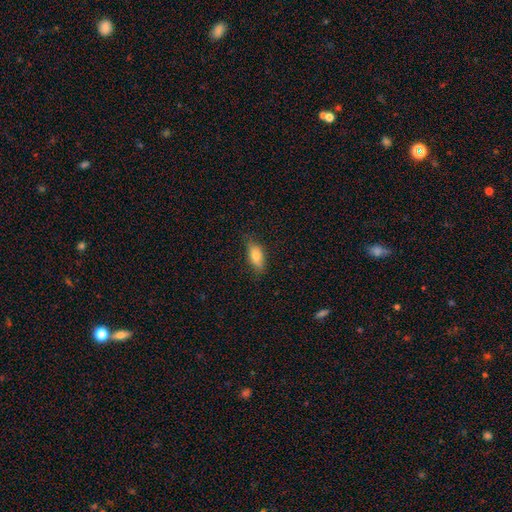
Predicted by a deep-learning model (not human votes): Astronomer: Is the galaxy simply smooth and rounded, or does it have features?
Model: smooth — 77%.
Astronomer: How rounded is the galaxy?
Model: in between — 81%.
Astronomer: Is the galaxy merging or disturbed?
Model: none — 75%.